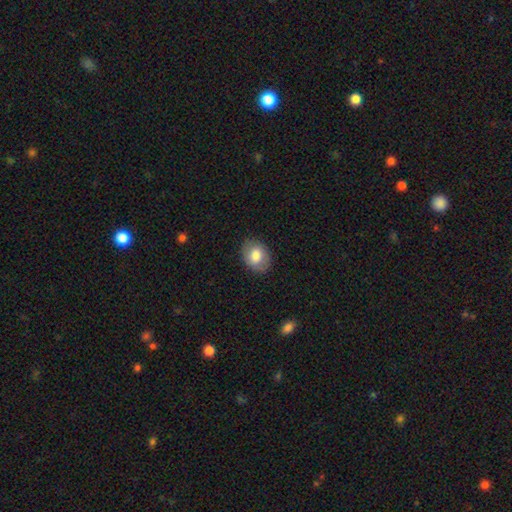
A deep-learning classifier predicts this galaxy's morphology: This appears to be a smooth galaxy with no disk features (76%) that is in between round and cigar-shaped (65%). Merging: none (82%).